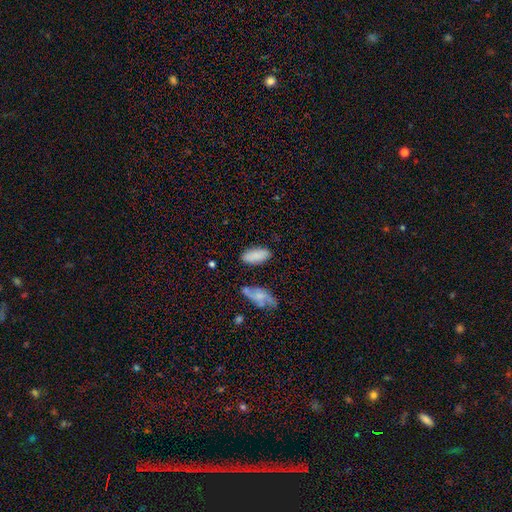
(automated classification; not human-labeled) smooth 83%, featured or disk 10%, star or artifact 7%. Down the decision tree: how rounded — in between (87%); merging — none (74%).